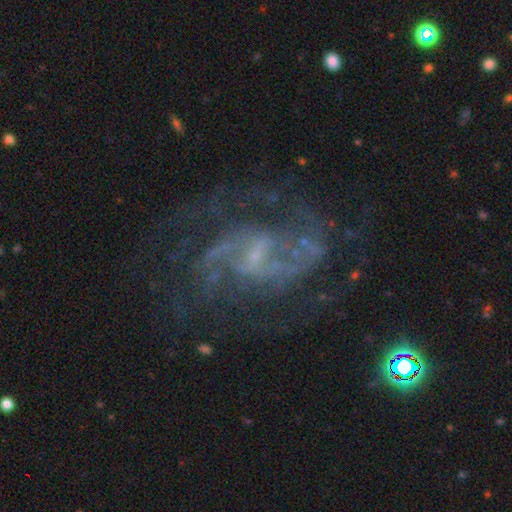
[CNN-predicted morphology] featured or disk 84%, star or artifact 10%, smooth 6%. Down the decision tree: edge-on disk — no (97%); bar — weak (52%); spiral arms — yes (92%); spiral arm count — 2 (54%); spiral winding — medium (51%); bulge size — small (60%); merging — none (65%).